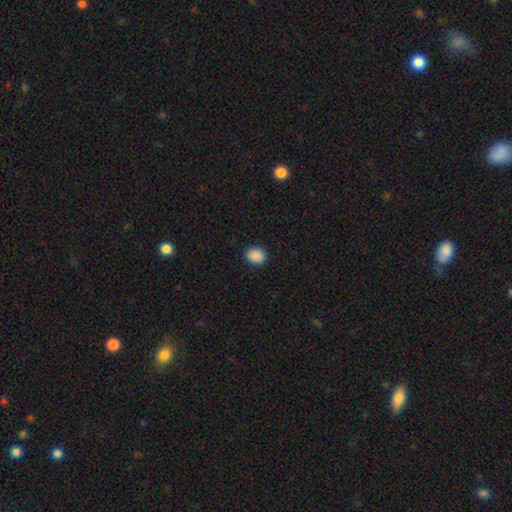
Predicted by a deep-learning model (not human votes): Smooth or featured? smooth (89%)
How rounded? round (54%)
Merging? none (90%)